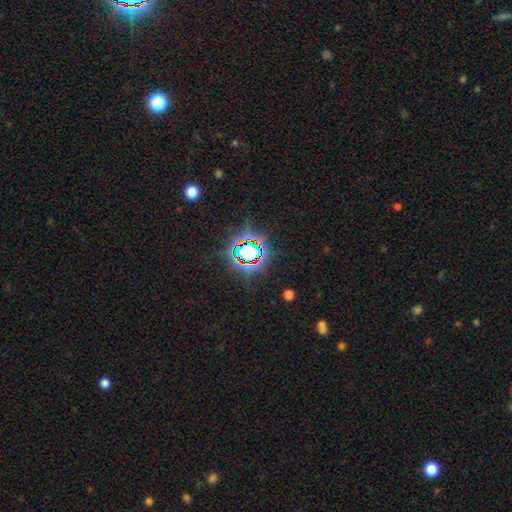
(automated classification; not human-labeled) Smooth or featured?
  - star or artifact: 75% *
  - smooth: 15%
  - featured or disk: 10%